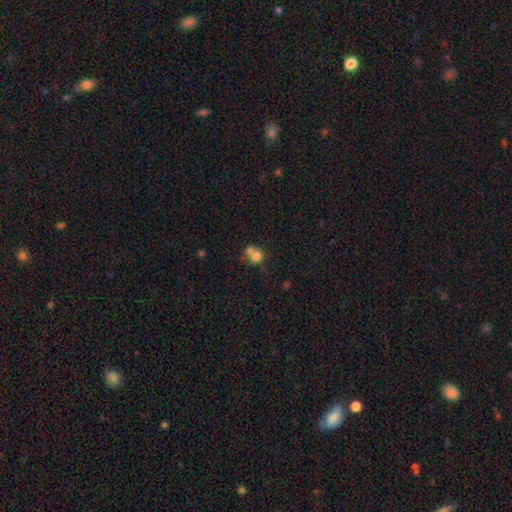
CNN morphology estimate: A smooth galaxy with no disk features (73%) that is round (78%). Merging: merger (57%).